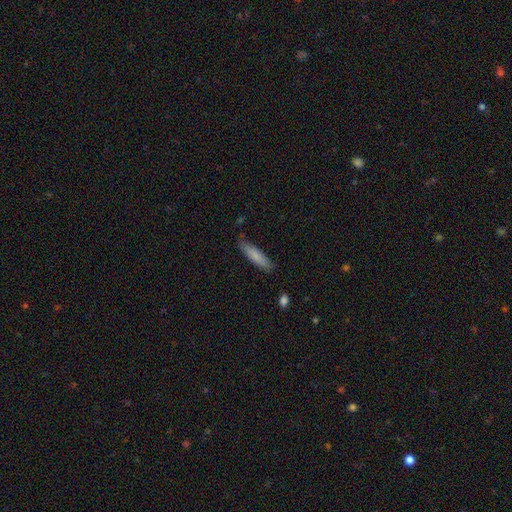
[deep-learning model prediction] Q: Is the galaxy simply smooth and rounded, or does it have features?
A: smooth — 82%.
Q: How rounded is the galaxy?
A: cigar-shaped — 76%.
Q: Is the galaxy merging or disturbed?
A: none — 80%.